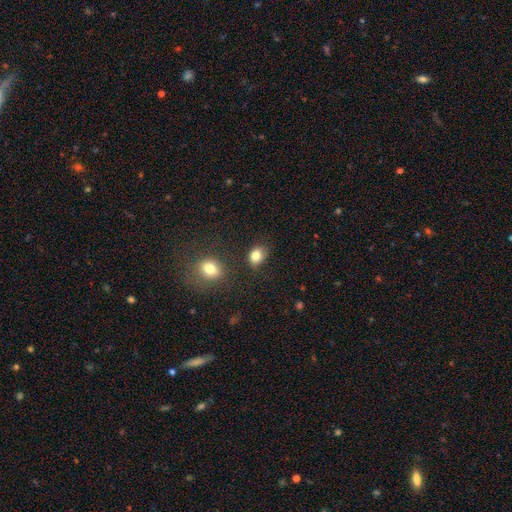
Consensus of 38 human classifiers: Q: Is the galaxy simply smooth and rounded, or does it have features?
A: smooth — 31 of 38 (82%).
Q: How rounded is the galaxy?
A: round — 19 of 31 (61%).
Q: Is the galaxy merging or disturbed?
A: none — 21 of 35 (60%).